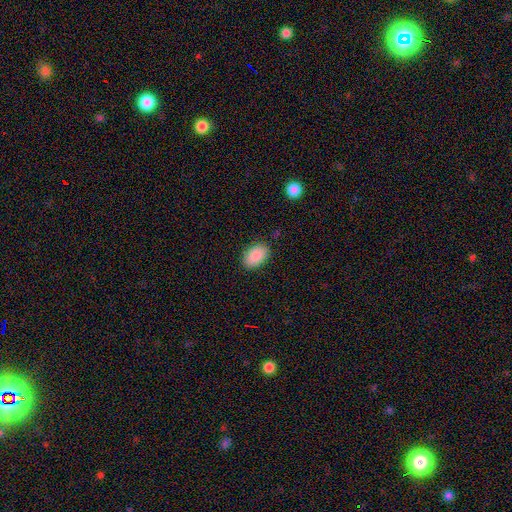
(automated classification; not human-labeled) This is clearly a smooth galaxy (90%). How rounded: clearly in between (91%). Merging: clearly none (87%).